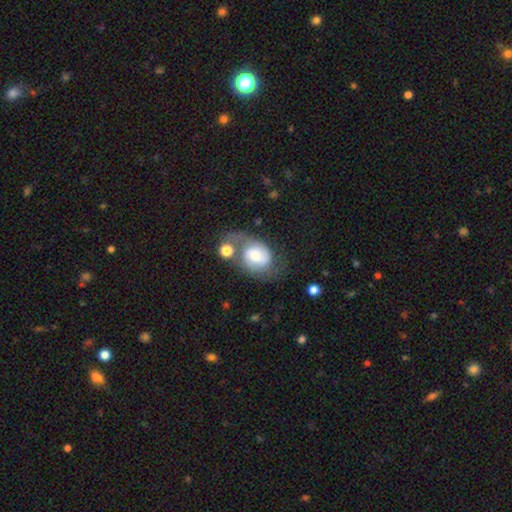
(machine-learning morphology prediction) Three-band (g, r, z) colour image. It shows a featured or disk galaxy (56%) with no bar (57%), spiral arms (85%) and a moderate central bulge (38%). Merging: none (34%).